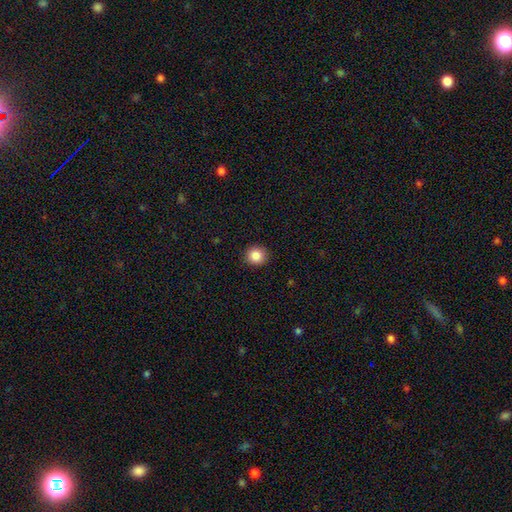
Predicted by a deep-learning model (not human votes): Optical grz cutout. It shows a smooth galaxy with no disk features (86%) that is round (90%). Merging: none (91%).